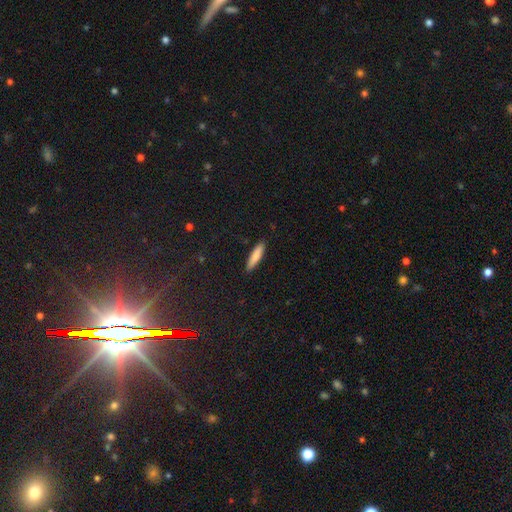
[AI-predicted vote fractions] Smooth or featured? smooth (82%)
How rounded? cigar-shaped (81%)
Merging? none (89%)